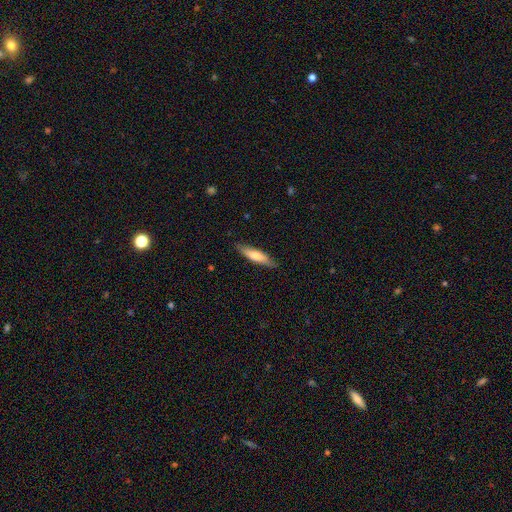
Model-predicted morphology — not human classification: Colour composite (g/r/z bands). It shows a smooth galaxy with no disk features (66%) that is cigar-shaped (75%). Merging: none (85%).